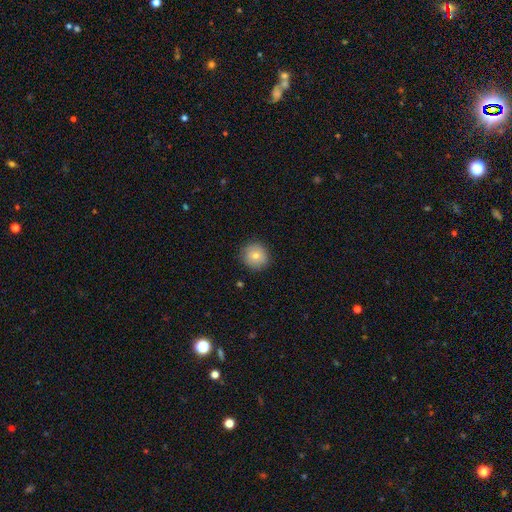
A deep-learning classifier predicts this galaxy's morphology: smooth-or-featured: smooth: 75% | featured or disk: 15% | star or artifact: 10%
  how-rounded: round: 90% | in between: 9% | cigar-shaped: 1%
  merging: none: 88% | minor disturbance: 9% | major disturbance: 2% | merger: 1%